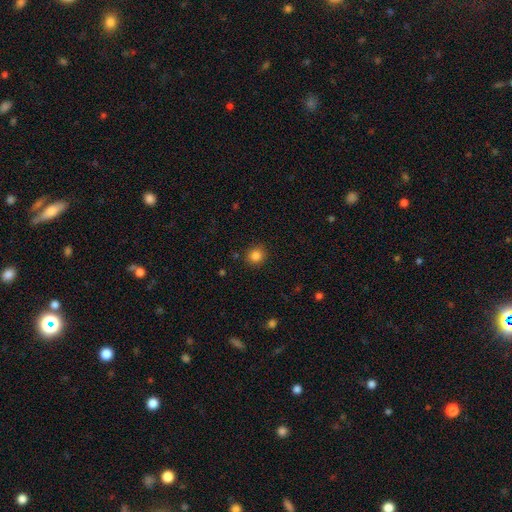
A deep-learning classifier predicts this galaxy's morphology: This is clearly a smooth galaxy (84%). How rounded: clearly round (89%). Merging: clearly none (89%).